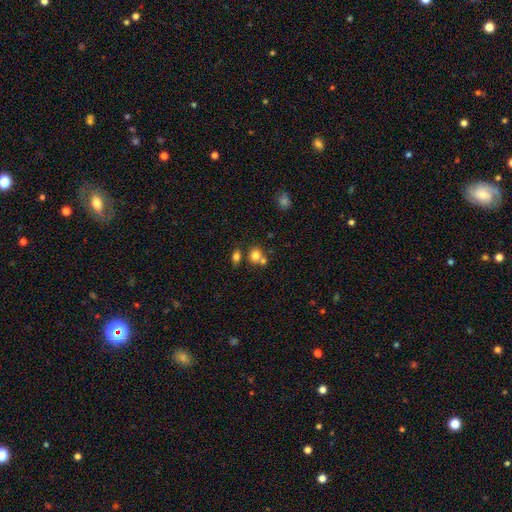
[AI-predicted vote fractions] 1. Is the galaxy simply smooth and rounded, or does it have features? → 78% smooth, 12% star or artifact, 10% featured or disk.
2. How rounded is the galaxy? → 67% round, 32% in between, 1% cigar-shaped.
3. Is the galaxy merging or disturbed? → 52% none, 35% merger, 10% minor disturbance, 4% major disturbance.